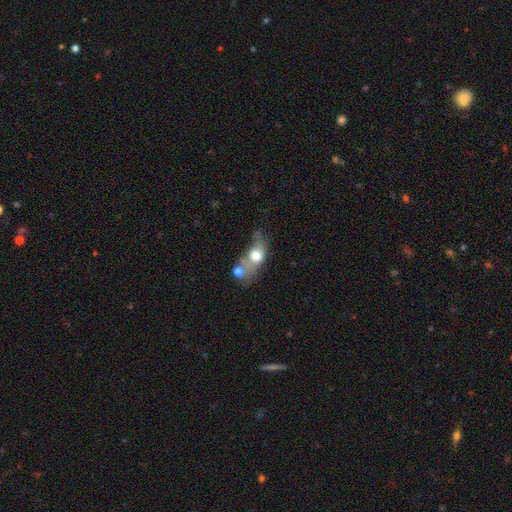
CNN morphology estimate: Smooth or featured? Predicted: smooth (p=0.59). How rounded? Predicted: in between (p=0.67). Merging? Predicted: merger (p=0.49).